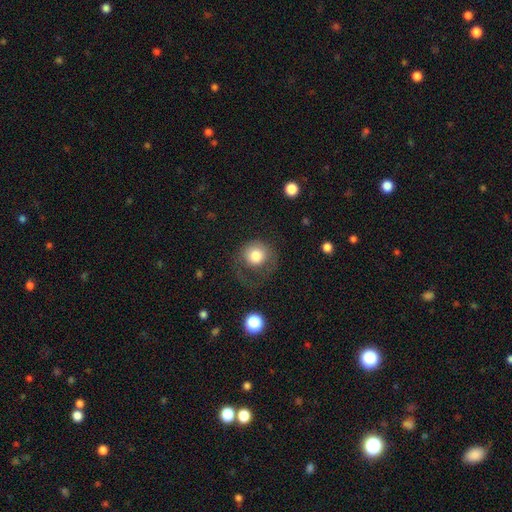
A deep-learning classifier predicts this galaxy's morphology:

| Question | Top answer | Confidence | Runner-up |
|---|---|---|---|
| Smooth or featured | smooth | 74% | featured or disk (18%) |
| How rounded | round | 86% | in between (13%) |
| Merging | none | 40% | major disturbance (37%) |